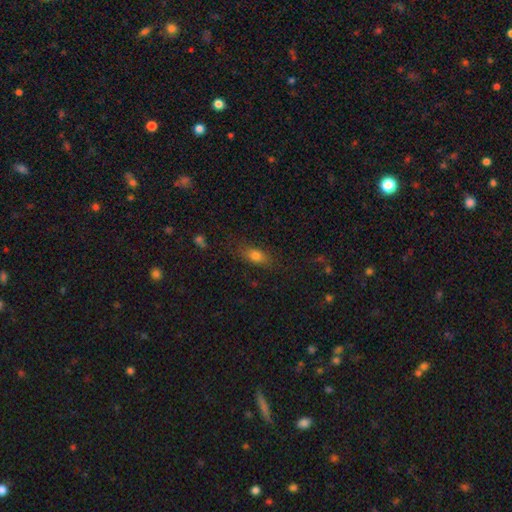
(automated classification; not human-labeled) Morphology: type=smooth (76%); roundness=in between (76%); merging=none (76%).